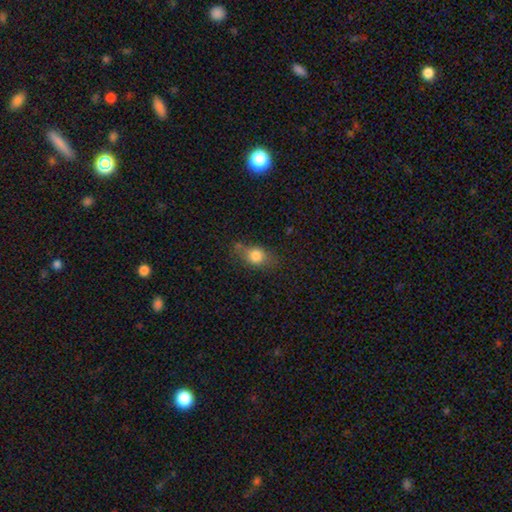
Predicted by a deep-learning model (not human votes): smooth-or-featured: smooth: 79% | featured or disk: 11% | star or artifact: 10%
  how-rounded: in between: 58% | round: 38% | cigar-shaped: 3%
  merging: none: 58% | minor disturbance: 28% | major disturbance: 9% | merger: 5%